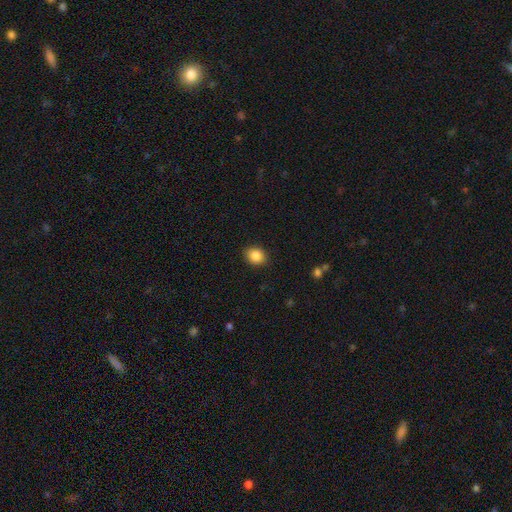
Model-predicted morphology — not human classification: Smooth or featured? smooth (87%)
How rounded? round (58%)
Merging? none (88%)